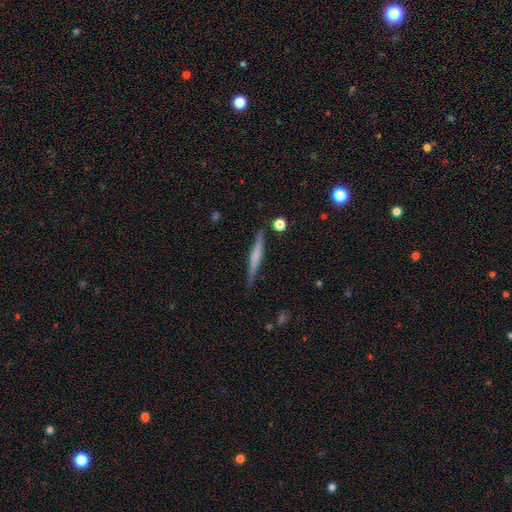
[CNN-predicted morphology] Smooth or featured: smooth — 49% (featured or disk — 45%)
Merging: none — 86% (minor disturbance — 10%)